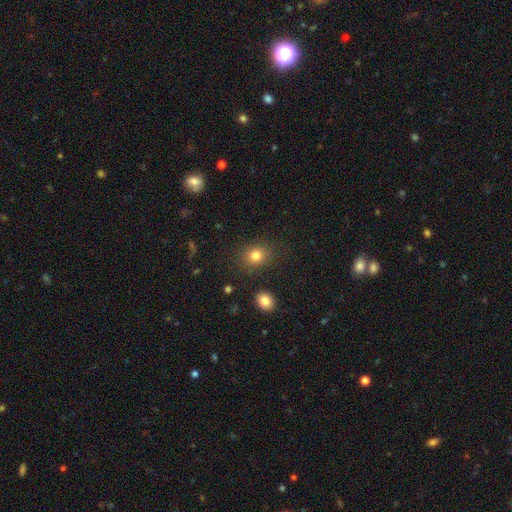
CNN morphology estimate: The model was most divided on "how rounded": round: 63%, in between: 36%, cigar-shaped: 1%. More confident: merging — none (85%); smooth or featured — smooth (80%).